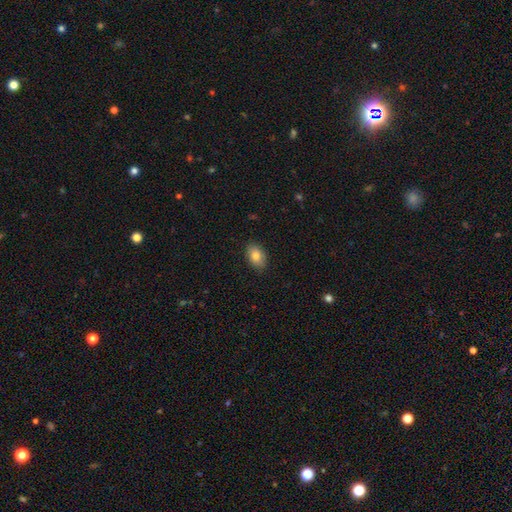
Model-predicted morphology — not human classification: This appears to be a smooth galaxy with no disk features (82%) that is in between round and cigar-shaped (86%). Merging: none (87%).